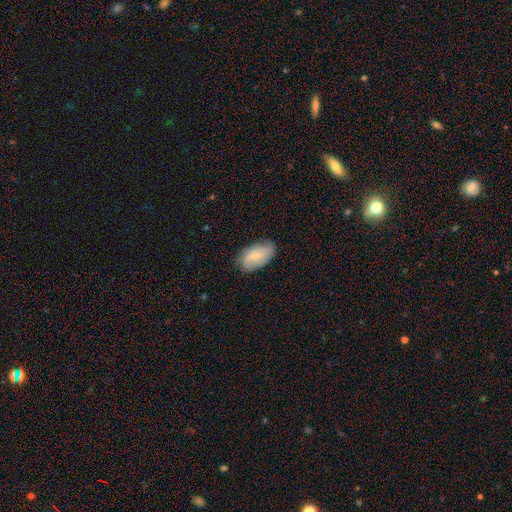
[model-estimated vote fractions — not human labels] Overall: smooth (64%; featured or disk 29%). How rounded: in between (93%). Merging: none (75%).